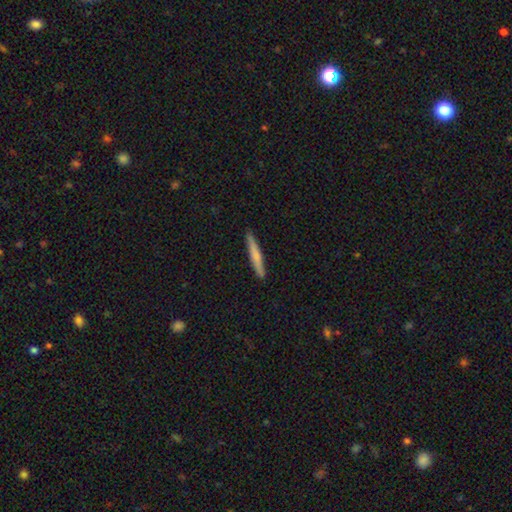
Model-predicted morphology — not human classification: Smooth or featured: smooth — 64% (featured or disk — 31%)
How rounded: cigar-shaped — 96% (in between — 3%)
Merging: none — 91% (minor disturbance — 7%)